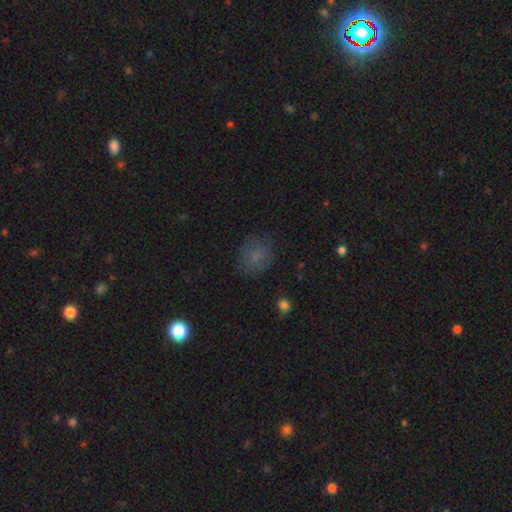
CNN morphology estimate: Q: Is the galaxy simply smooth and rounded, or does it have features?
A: smooth — 71%.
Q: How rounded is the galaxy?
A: round — 60%.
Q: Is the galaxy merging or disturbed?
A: none — 74%.